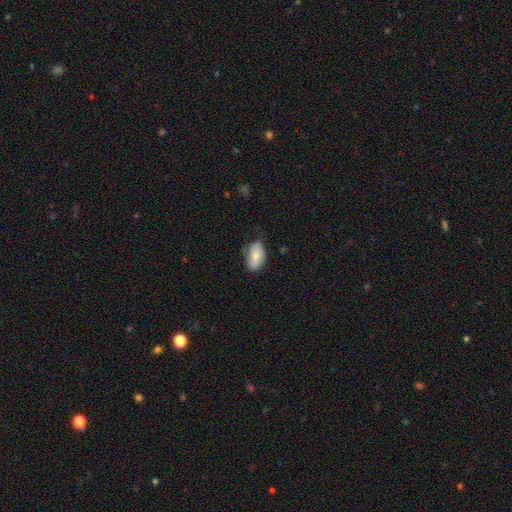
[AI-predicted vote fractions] Morphology: type=smooth (76%); roundness=in between (92%); merging=none (72%).